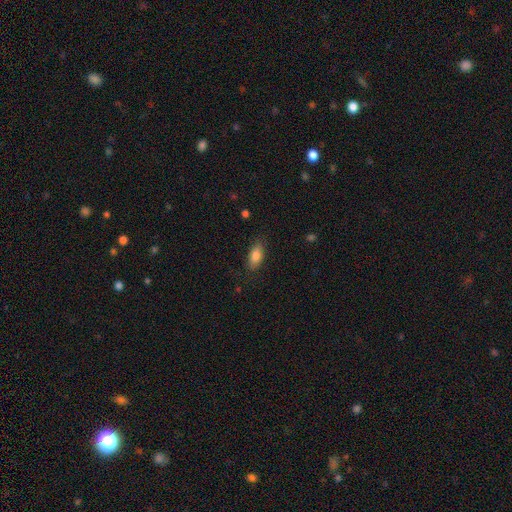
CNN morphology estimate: This appears to be a smooth galaxy with no disk features (83%) that is in between round and cigar-shaped (87%). Merging: none (82%).